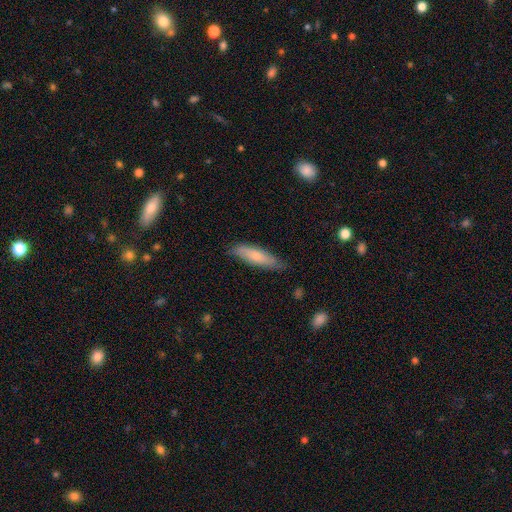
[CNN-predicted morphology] smooth-or-featured: smooth: 72% | featured or disk: 22% | star or artifact: 6%
  how-rounded: cigar-shaped: 66% | in between: 32% | round: 2%
  merging: none: 77% | minor disturbance: 19% | major disturbance: 3% | merger: 1%